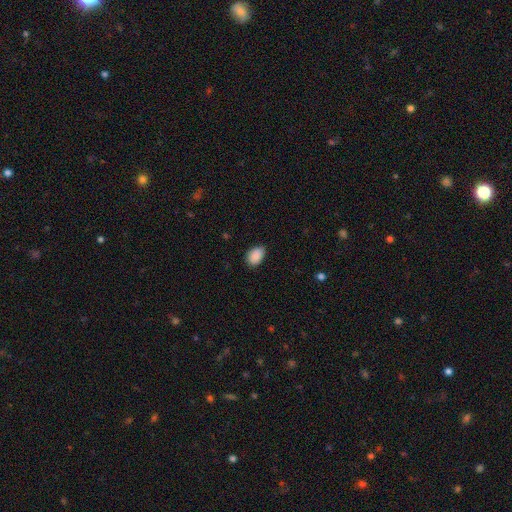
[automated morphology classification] smooth-or-featured: smooth: 90% | star or artifact: 7% | featured or disk: 3%
  how-rounded: in between: 85% | round: 14% | cigar-shaped: 1%
  merging: none: 80% | minor disturbance: 16% | major disturbance: 3% | merger: 1%